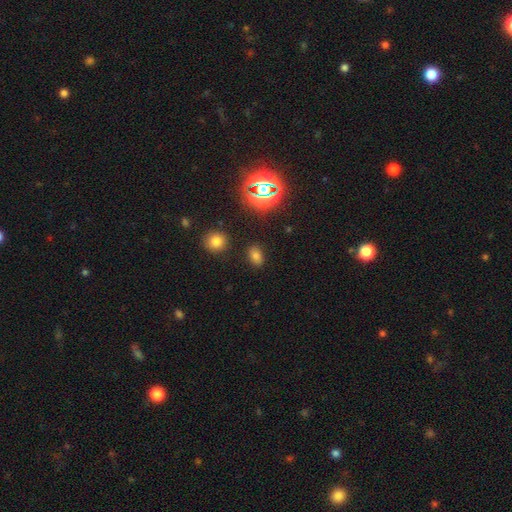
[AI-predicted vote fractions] A smooth galaxy with no disk features (69%) that is in between round and cigar-shaped (82%).

Vote fractions:
- Smooth or featured? smooth: 69% / star or artifact: 23% / featured or disk: 8%
- How rounded? in between: 82% / round: 17% / cigar-shaped: 2%
- Merging? none: 86% / minor disturbance: 9% / major disturbance: 3% / merger: 2%